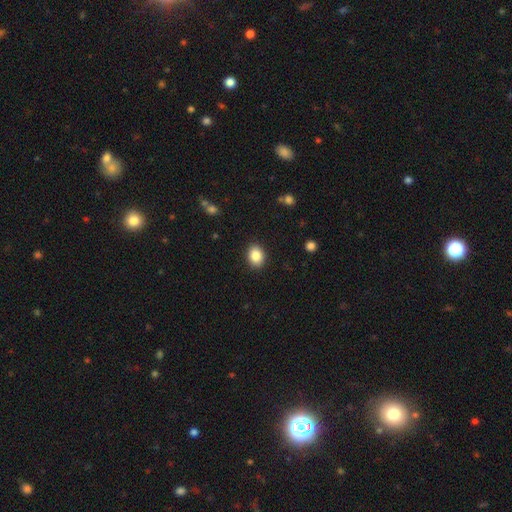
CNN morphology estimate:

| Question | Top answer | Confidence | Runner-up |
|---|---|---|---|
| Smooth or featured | smooth | 87% | star or artifact (8%) |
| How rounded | in between | 61% | round (38%) |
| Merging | none | 90% | minor disturbance (7%) |